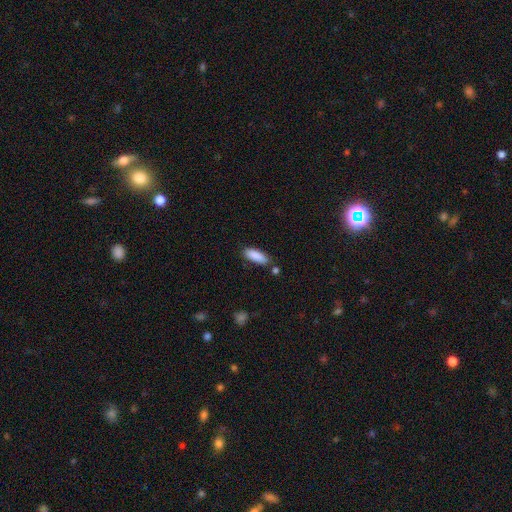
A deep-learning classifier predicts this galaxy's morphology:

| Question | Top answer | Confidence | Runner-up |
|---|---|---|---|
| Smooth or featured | smooth | 88% | star or artifact (6%) |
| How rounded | in between | 66% | cigar-shaped (32%) |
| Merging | none | 78% | minor disturbance (14%) |